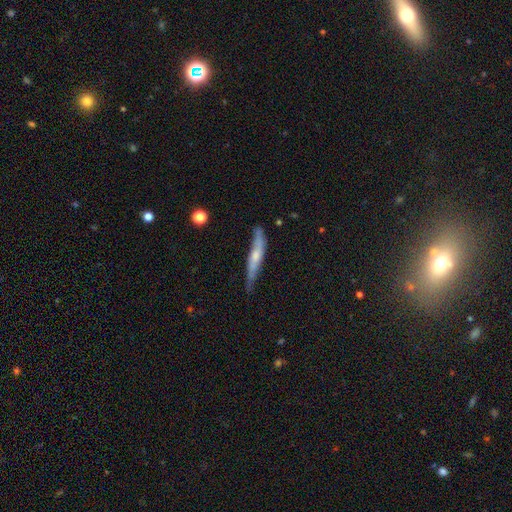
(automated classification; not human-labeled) Smooth or featured?
  - featured or disk: 53% *
  - smooth: 41%
  - star or artifact: 6%
Edge-on disk?
  - yes: 77% *
  - no: 23%
Merging?
  - none: 62% *
  - minor disturbance: 29%
  - major disturbance: 6%
  - merger: 3%